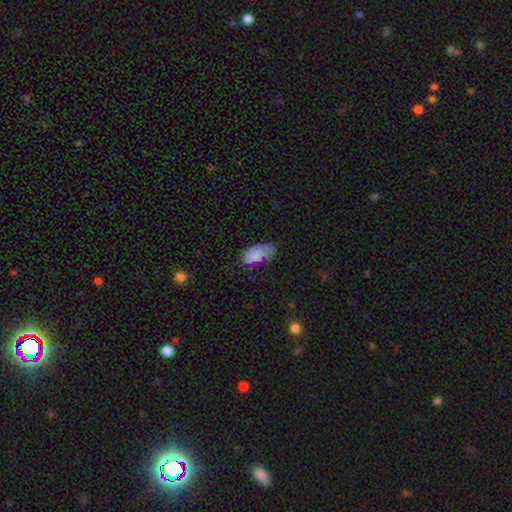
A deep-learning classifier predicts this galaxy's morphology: Smooth or featured? Predicted: smooth (p=0.81). How rounded? Predicted: in between (p=0.93). Merging? Predicted: none (p=0.57).